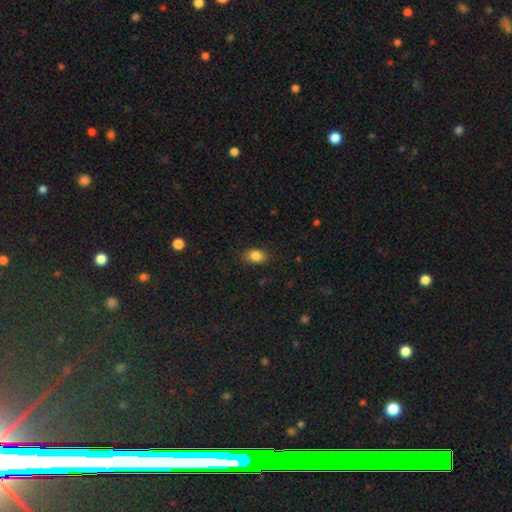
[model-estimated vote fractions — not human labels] smooth_or_featured: smooth (p=0.85) [alt: star or artifact p=0.09]
how_rounded: in between (p=0.82) [alt: round p=0.16]
merging: none (p=0.84) [alt: minor disturbance p=0.12]